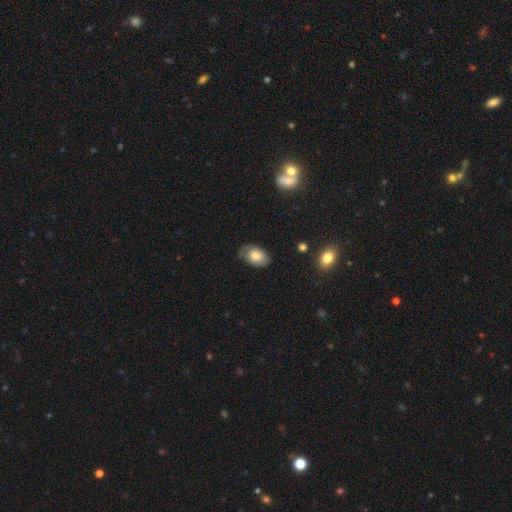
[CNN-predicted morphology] This appears to be a smooth galaxy with no disk features (72%) that is in between round and cigar-shaped (89%). Merging: none (69%).